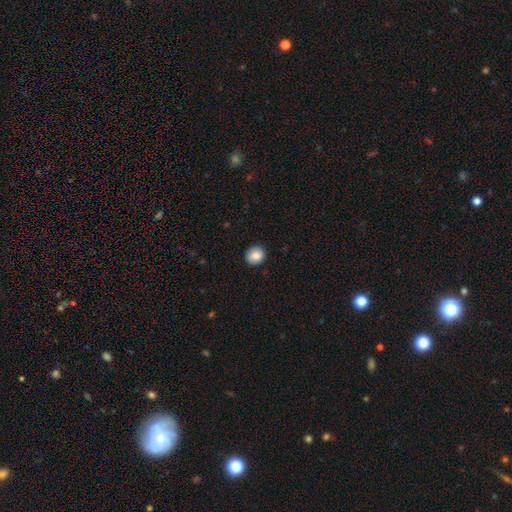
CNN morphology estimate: Smooth or featured?
  - smooth: 83% *
  - featured or disk: 8%
  - star or artifact: 8%
How rounded?
  - round: 88% *
  - in between: 11%
  - cigar-shaped: 1%
Merging?
  - none: 89% *
  - minor disturbance: 8%
  - major disturbance: 2%
  - merger: 1%